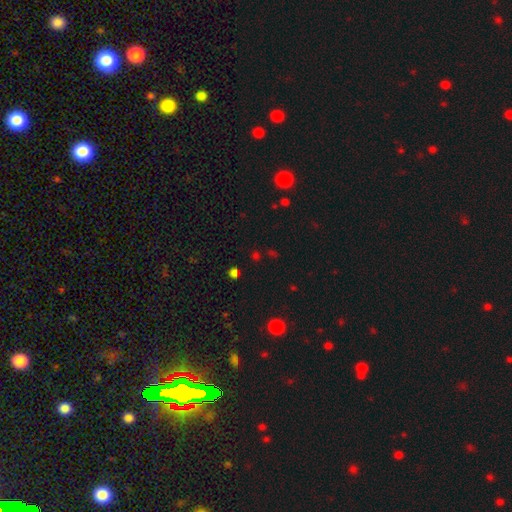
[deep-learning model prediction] smooth_or_featured: star or artifact (p=0.49) [alt: smooth p=0.45]